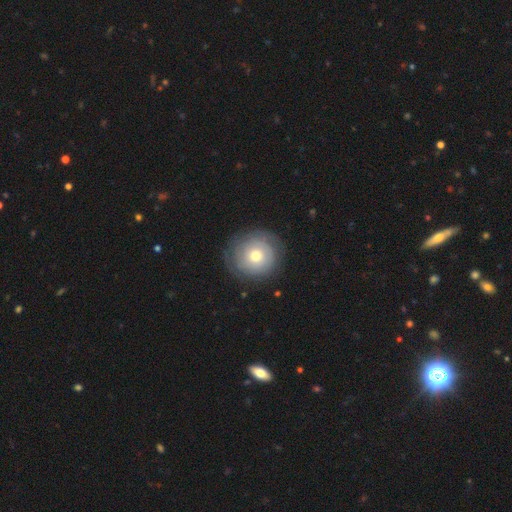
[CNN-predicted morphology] Smooth or featured: smooth — 52% (featured or disk — 39%)
How rounded: round — 92% (in between — 7%)
Merging: none — 80% (minor disturbance — 13%)